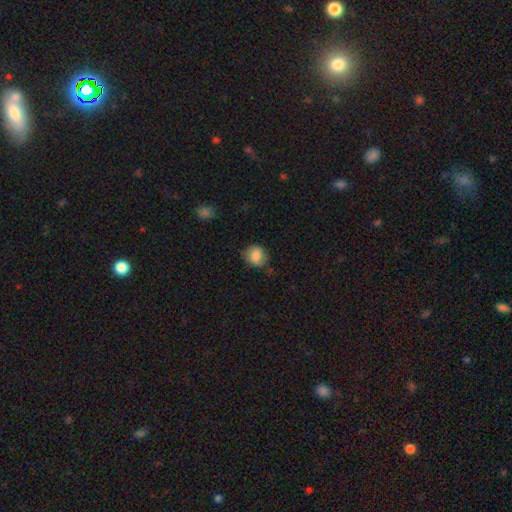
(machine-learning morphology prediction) Overall: smooth (84%). How rounded: round (72%). Merging: none (73%).